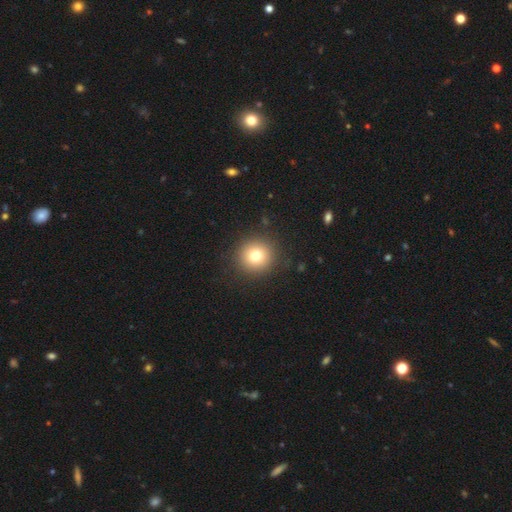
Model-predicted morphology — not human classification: This is likely a smooth galaxy (77%). How rounded: clearly round (93%). Merging: clearly none (90%).